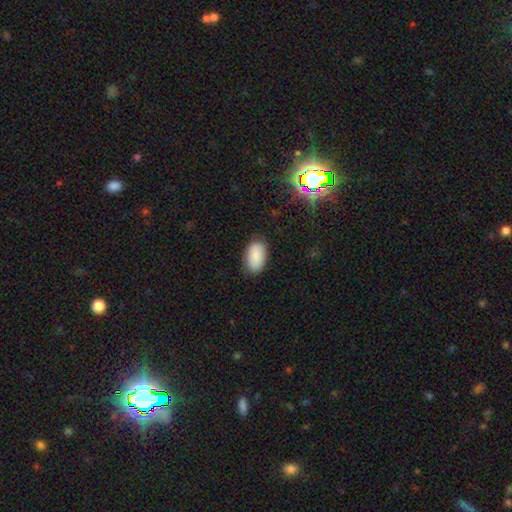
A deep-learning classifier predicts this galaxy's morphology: Smooth or featured? smooth (87%)
How rounded? in between (94%)
Merging? none (84%)